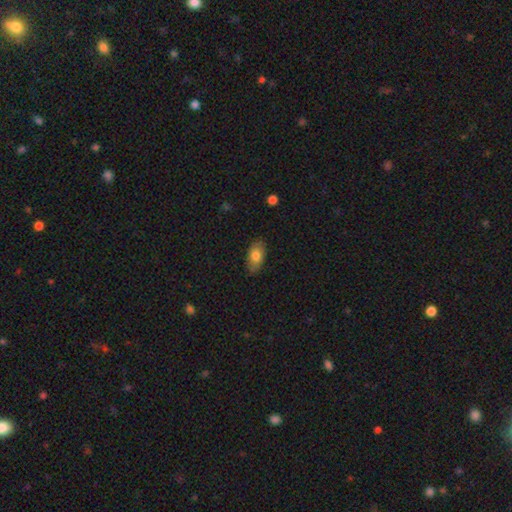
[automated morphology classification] Smooth or featured?
  - smooth: 79% *
  - featured or disk: 14%
  - star or artifact: 7%
How rounded?
  - in between: 91% *
  - round: 5%
  - cigar-shaped: 3%
Merging?
  - none: 84% *
  - minor disturbance: 13%
  - major disturbance: 3%
  - merger: 1%